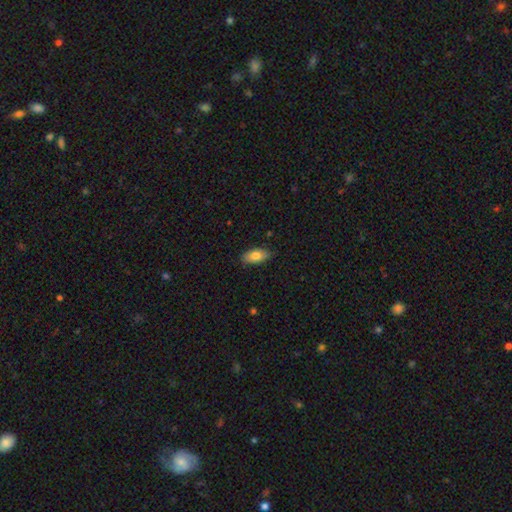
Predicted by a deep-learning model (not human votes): smooth 78%, featured or disk 15%, star or artifact 7%. Down the decision tree: how rounded — in between (89%); merging — none (85%).